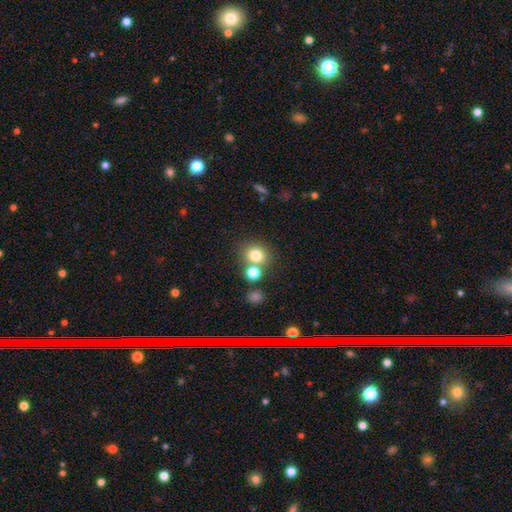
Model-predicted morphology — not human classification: A smooth galaxy with no disk features (78%) that is round (73%).

Vote fractions:
- Smooth or featured? smooth: 78% / star or artifact: 13% / featured or disk: 9%
- How rounded? round: 73% / in between: 26% / cigar-shaped: 1%
- Merging? none: 63% / merger: 24% / minor disturbance: 9% / major disturbance: 4%